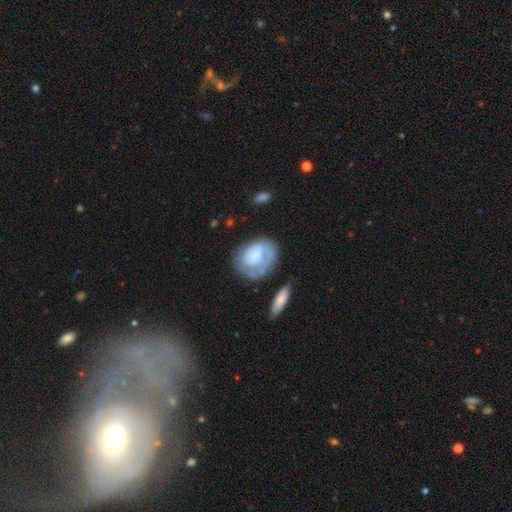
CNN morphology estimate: smooth 49%, featured or disk 44%, star or artifact 7%. Down the decision tree: merging — none (50%).